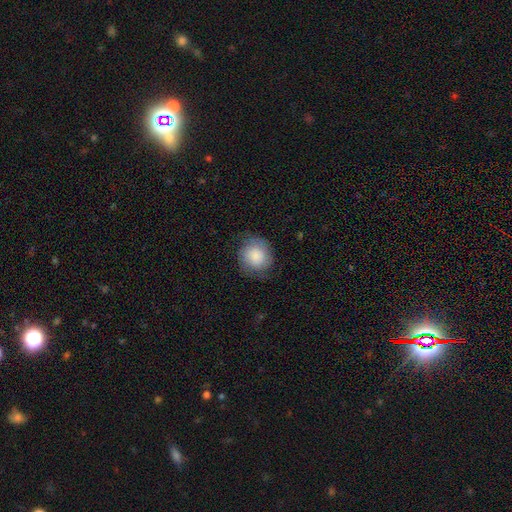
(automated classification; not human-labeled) A smooth galaxy with no disk features (76%) that is round (85%).

Vote fractions:
- Smooth or featured? smooth: 76% / featured or disk: 17% / star or artifact: 7%
- How rounded? round: 85% / in between: 14% / cigar-shaped: 1%
- Merging? none: 74% / minor disturbance: 18% / major disturbance: 7% / merger: 1%